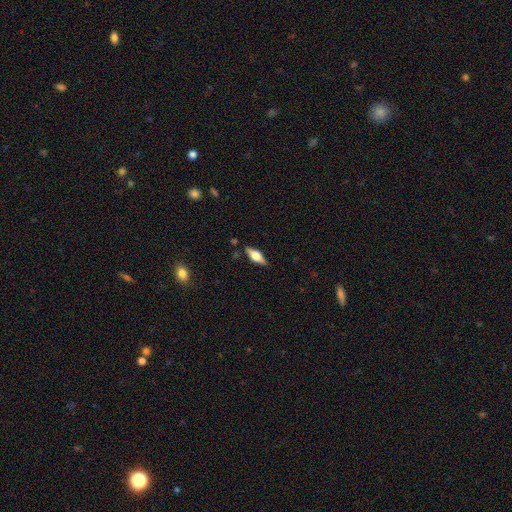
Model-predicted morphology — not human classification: Smooth or featured? featured or disk (51%)
Edge-on disk? yes (93%)
Merging? none (85%)